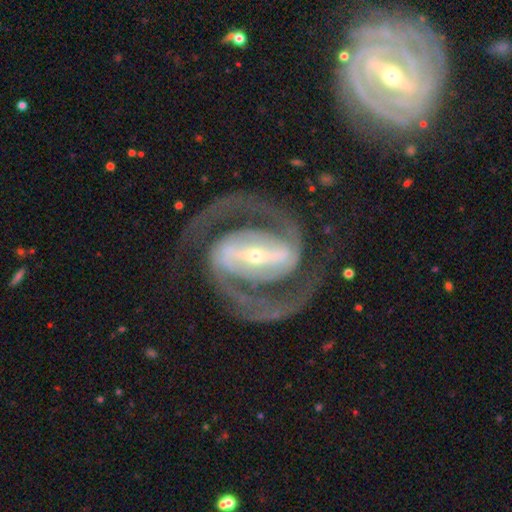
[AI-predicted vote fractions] This is clearly a featured or disk galaxy (93%). It is clearly not viewed edge-on (97%). Bar: likely strong (75%). Spiral arm pattern: clearly yes (98%). Spiral arm count: clearly 2 (94%). Spiral winding: possibly medium (57%). Central bulge: likely small (70%). Merging: likely none (80%).